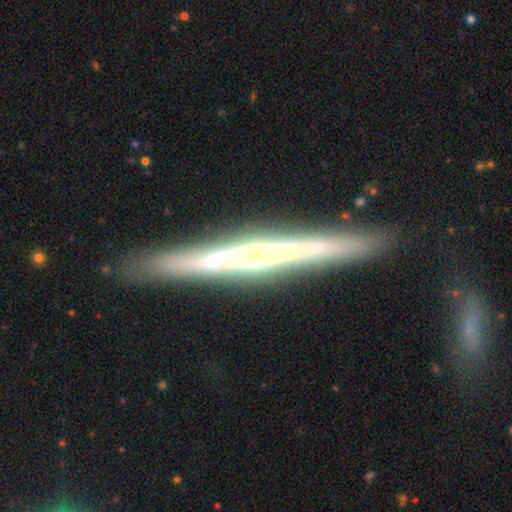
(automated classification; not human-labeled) Q: Smooth or featured?
A: featured or disk (76%); runner-up: smooth (18%)
Q: Edge-on disk?
A: yes (95%); runner-up: no (5%)
Q: Edge-on bulge?
A: none (51%); runner-up: rounded (40%)
Q: Merging?
A: none (86%); runner-up: minor disturbance (9%)